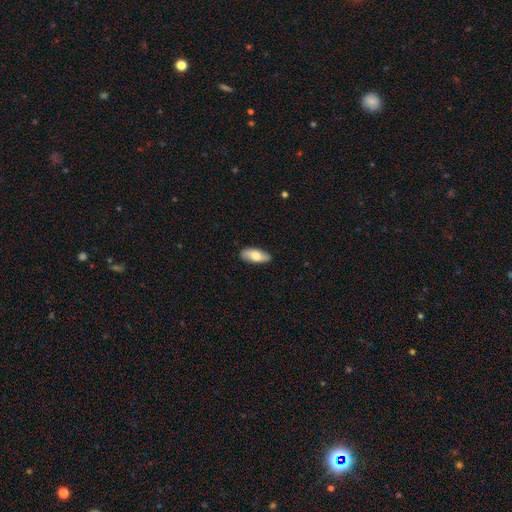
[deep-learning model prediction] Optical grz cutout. It shows a smooth galaxy with no disk features (72%) that is in between round and cigar-shaped (81%). Merging: none (87%).